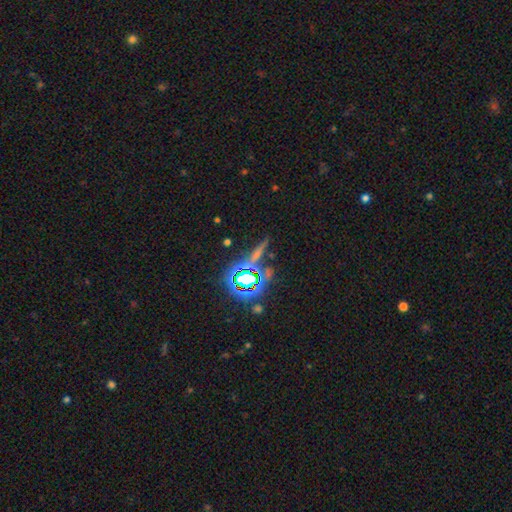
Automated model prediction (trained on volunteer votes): This appears to be a star or artifact, not a galaxy (63%).